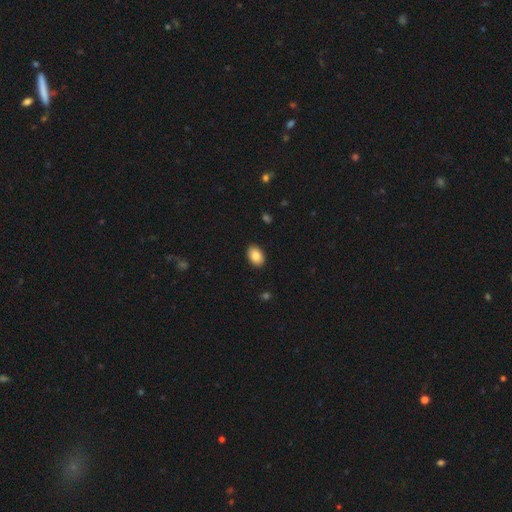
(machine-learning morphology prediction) smooth 86%, star or artifact 8%, featured or disk 7%. Down the decision tree: how rounded — in between (86%); merging — none (90%).